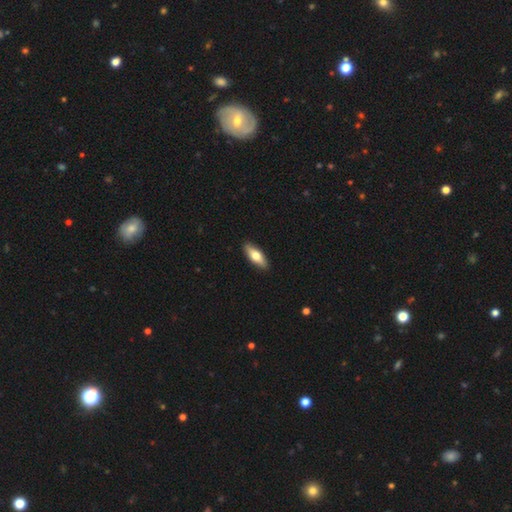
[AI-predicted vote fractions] Smooth or featured? Predicted: smooth (p=0.67). How rounded? Predicted: in between (p=0.65). Merging? Predicted: none (p=0.90).